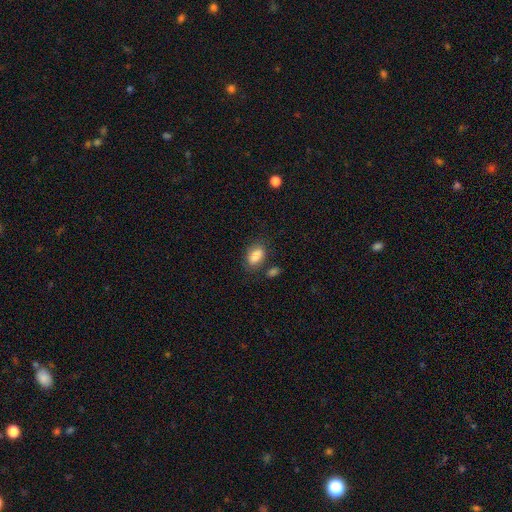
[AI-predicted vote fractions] This is clearly a smooth galaxy (84%). How rounded: clearly in between (89%). Merging: likely none (69%).